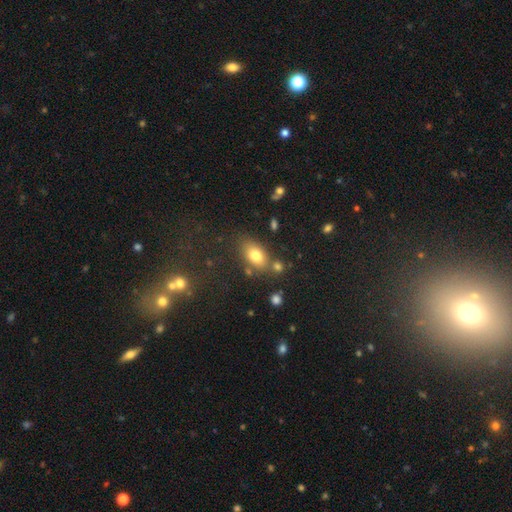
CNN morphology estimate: The model was most divided on "merging": none: 69%, minor disturbance: 14%, merger: 12%, major disturbance: 5%. More confident: how rounded — in between (84%); smooth or featured — smooth (77%).